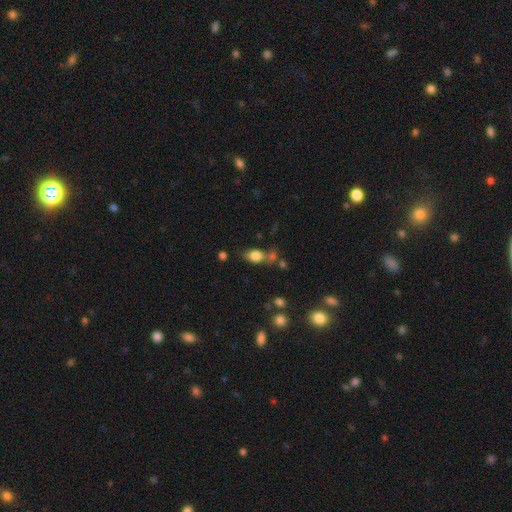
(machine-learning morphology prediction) The model was most divided on "merging": none: 51%, merger: 23%, minor disturbance: 18%, major disturbance: 8%. More confident: smooth or featured — smooth (80%); how rounded — in between (71%).